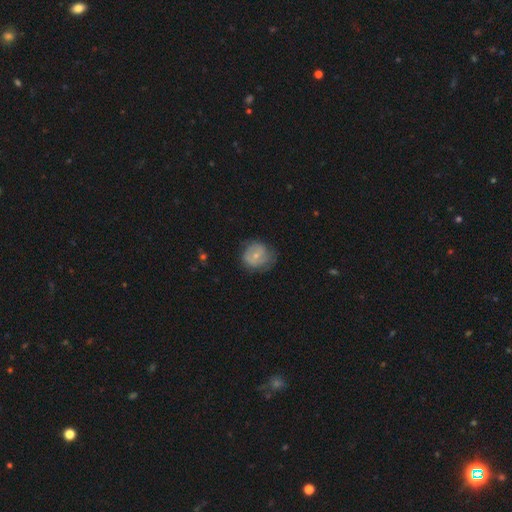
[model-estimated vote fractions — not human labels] This appears to be a smooth galaxy with no disk features (54%) that is round (79%). Merging: none (57%).